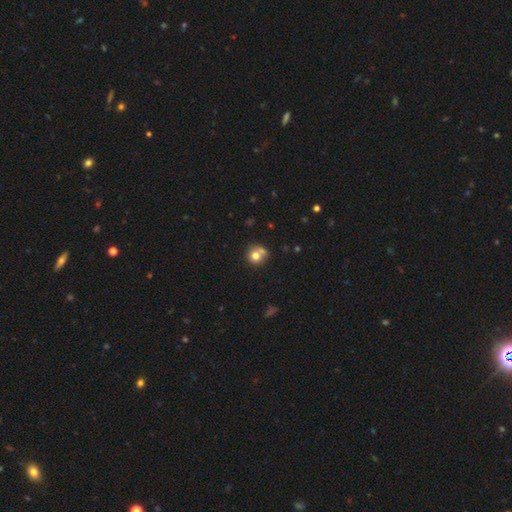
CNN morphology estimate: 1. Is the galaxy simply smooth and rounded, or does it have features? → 75% smooth, 14% featured or disk, 11% star or artifact.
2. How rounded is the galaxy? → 87% round, 12% in between, 1% cigar-shaped.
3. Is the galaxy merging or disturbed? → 52% none, 31% merger, 12% minor disturbance, 5% major disturbance.